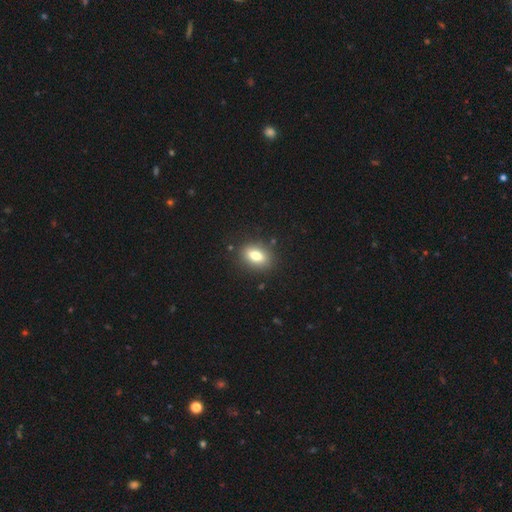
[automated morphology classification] A smooth galaxy with no disk features (77%) that is in between round and cigar-shaped (79%).

Vote fractions:
- Smooth or featured? smooth: 77% / featured or disk: 14% / star or artifact: 10%
- How rounded? in between: 79% / round: 17% / cigar-shaped: 4%
- Merging? none: 85% / minor disturbance: 10% / major disturbance: 3% / merger: 2%